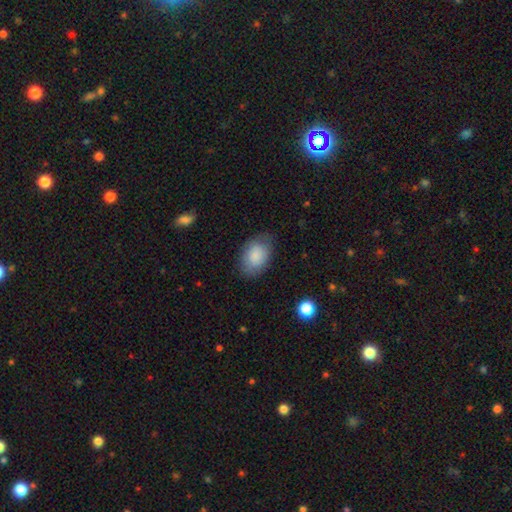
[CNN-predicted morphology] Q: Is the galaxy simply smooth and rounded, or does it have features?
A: smooth — 84%.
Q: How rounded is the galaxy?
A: in between — 86%.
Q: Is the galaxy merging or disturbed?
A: none — 77%.